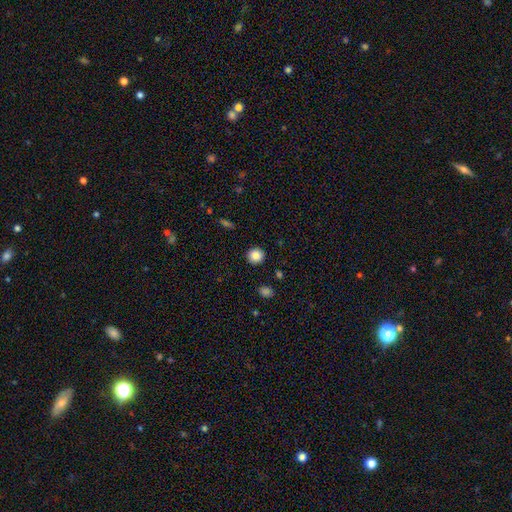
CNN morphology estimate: Smooth or featured? smooth (86%)
How rounded? round (93%)
Merging? none (92%)